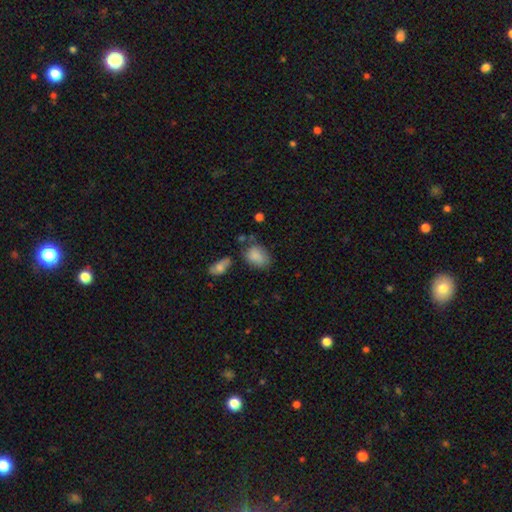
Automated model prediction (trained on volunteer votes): This appears to be a smooth galaxy with no disk features (83%) that is in between round and cigar-shaped (79%). Merging: none (53%).